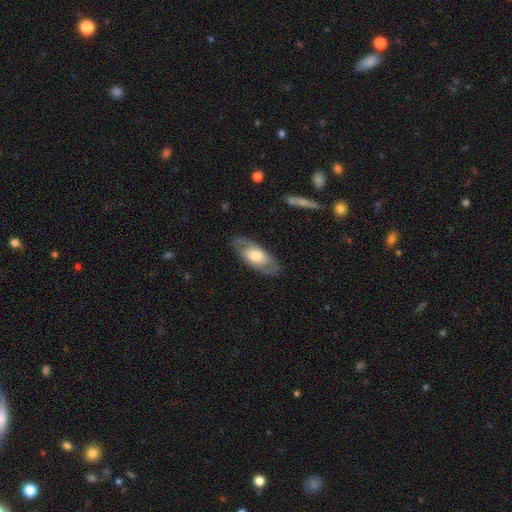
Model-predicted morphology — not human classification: A featured or disk galaxy (51%). Merging: none (80%).